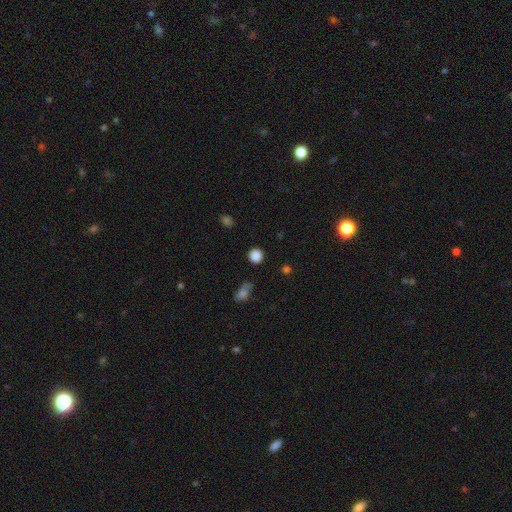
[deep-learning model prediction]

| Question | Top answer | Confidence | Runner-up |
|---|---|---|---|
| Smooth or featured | smooth | 85% | star or artifact (12%) |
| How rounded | round | 90% | in between (9%) |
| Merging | none | 85% | minor disturbance (10%) |